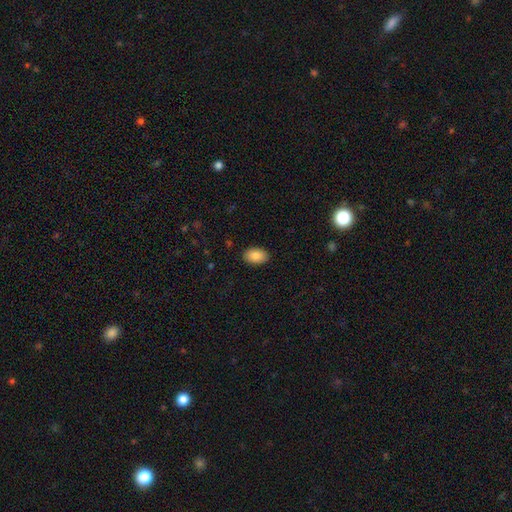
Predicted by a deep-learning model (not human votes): Smooth or featured: smooth — 87% (star or artifact — 7%)
How rounded: in between — 91% (round — 8%)
Merging: none — 90% (minor disturbance — 8%)